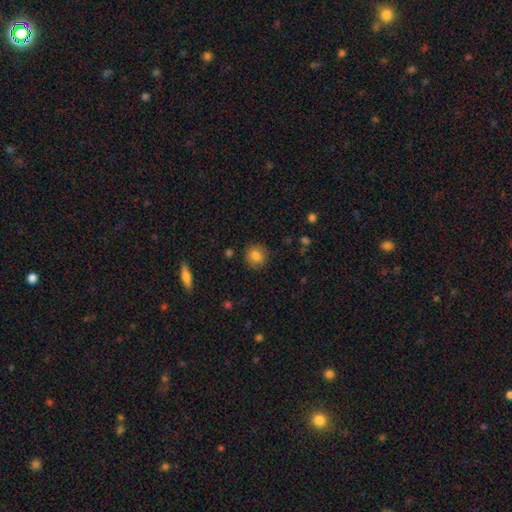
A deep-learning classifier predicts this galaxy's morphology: This is clearly a smooth galaxy (83%). How rounded: clearly round (89%). Merging: clearly none (86%).